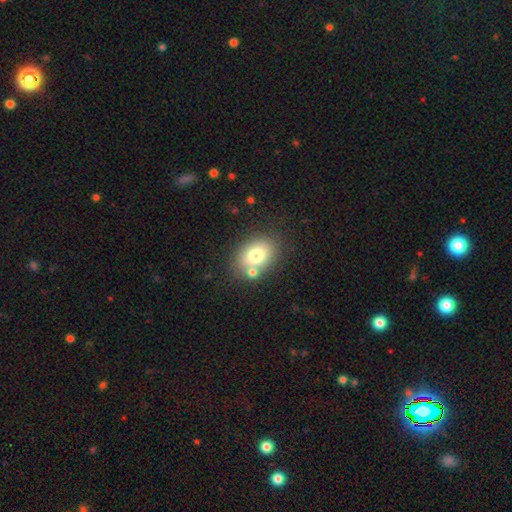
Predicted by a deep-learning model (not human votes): Smooth or featured? smooth (74%)
How rounded? in between (70%)
Merging? none (67%)